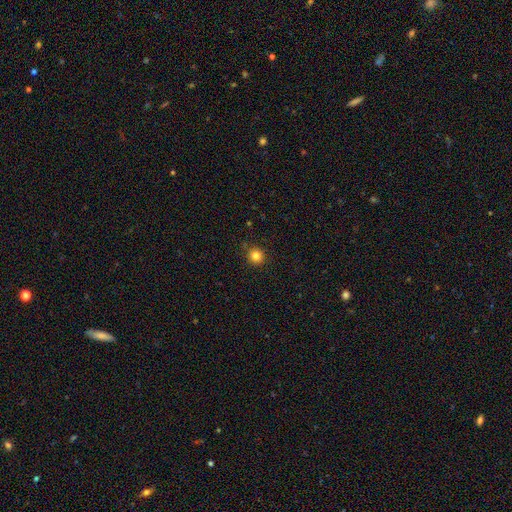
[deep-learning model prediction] Smooth or featured: smooth — 83% (star or artifact — 12%)
How rounded: round — 93% (in between — 6%)
Merging: none — 89% (minor disturbance — 7%)